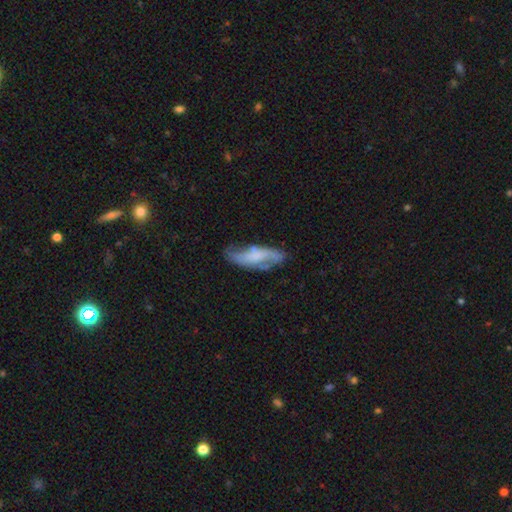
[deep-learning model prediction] This appears to be a featured or disk galaxy (57%). Merging: none (56%).